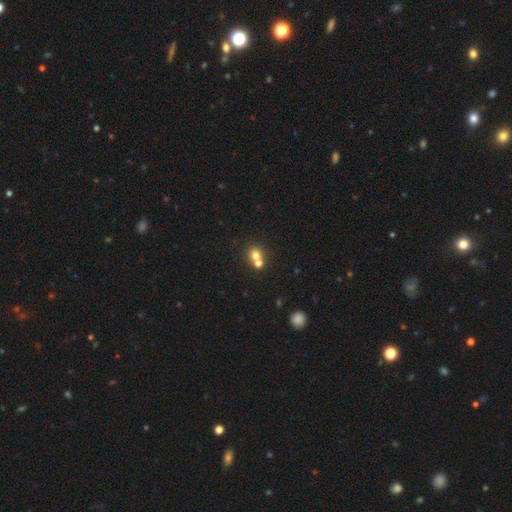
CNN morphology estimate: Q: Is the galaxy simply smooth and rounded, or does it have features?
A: smooth — 71%.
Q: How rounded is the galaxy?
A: round — 83%.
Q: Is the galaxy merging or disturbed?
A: merger — 47%.